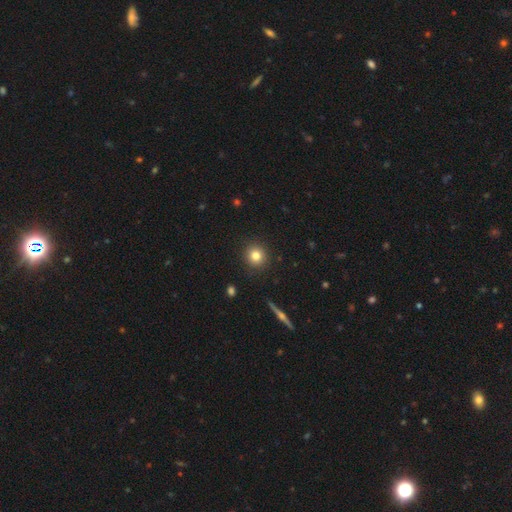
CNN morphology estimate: A smooth galaxy with no disk features (81%) that is round (93%).

Vote fractions:
- Smooth or featured? smooth: 81% / star or artifact: 11% / featured or disk: 8%
- How rounded? round: 93% / in between: 6% / cigar-shaped: 1%
- Merging? none: 91% / minor disturbance: 5% / major disturbance: 2% / merger: 1%